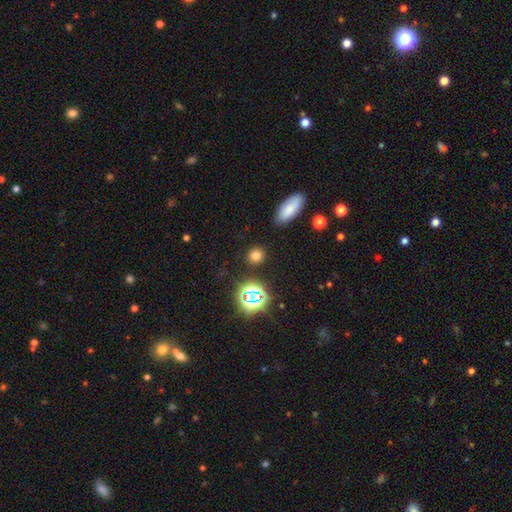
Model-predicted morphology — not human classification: A smooth galaxy with no disk features (72%) that is round (81%). Merging: none (88%).